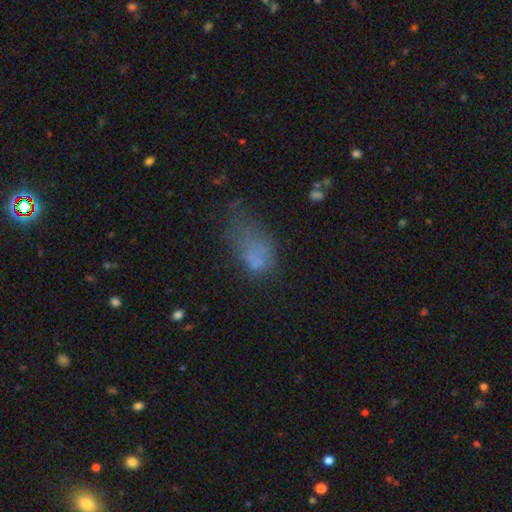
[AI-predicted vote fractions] Smooth or featured? smooth (59%)
How rounded? in between (84%)
Merging? major disturbance (45%)